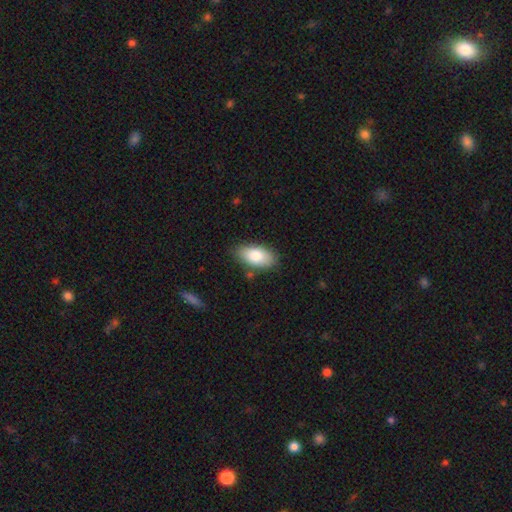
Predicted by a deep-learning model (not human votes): A smooth galaxy with no disk features (81%) that is in between round and cigar-shaped (92%).

Vote fractions:
- Smooth or featured? smooth: 81% / featured or disk: 13% / star or artifact: 7%
- How rounded? in between: 92% / cigar-shaped: 4% / round: 4%
- Merging? none: 82% / minor disturbance: 12% / major disturbance: 3% / merger: 2%